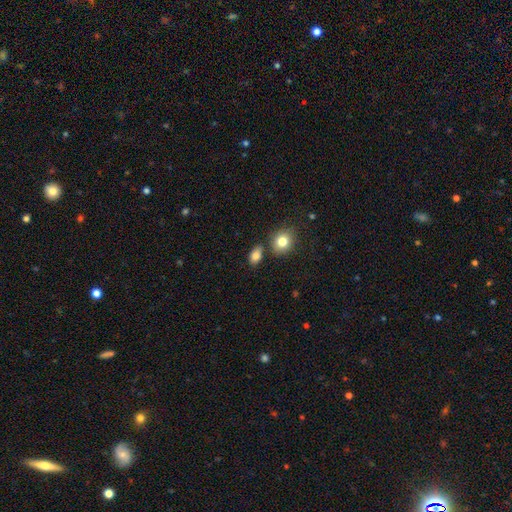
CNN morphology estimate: This appears to be a smooth galaxy with no disk features (84%) that is in between round and cigar-shaped (77%). Merging: none (71%).